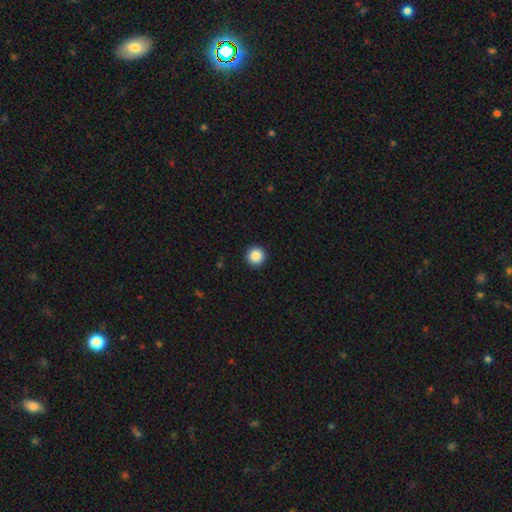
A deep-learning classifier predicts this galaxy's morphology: A smooth galaxy with no disk features (88%) that is round (96%). Merging: none (93%).